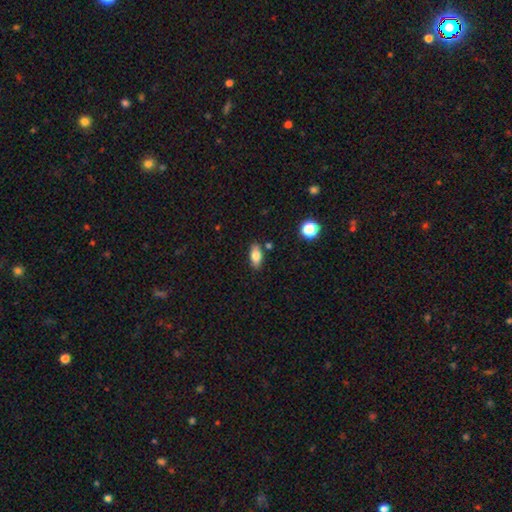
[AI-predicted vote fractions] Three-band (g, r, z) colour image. It shows a smooth galaxy with no disk features (80%) that is in between round and cigar-shaped (86%). Merging: none (84%).